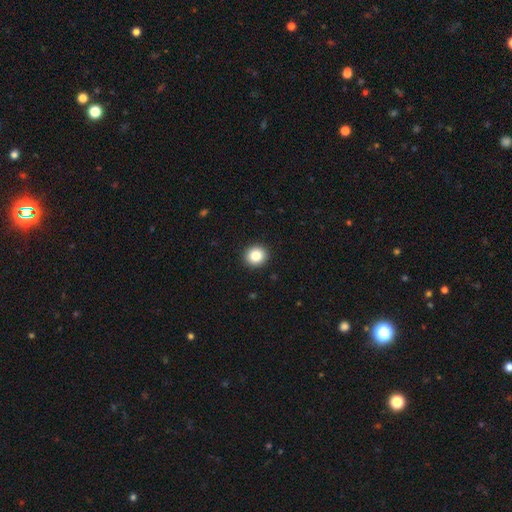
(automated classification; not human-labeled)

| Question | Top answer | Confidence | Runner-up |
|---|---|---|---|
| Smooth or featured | smooth | 85% | star or artifact (10%) |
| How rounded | round | 88% | in between (12%) |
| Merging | none | 93% | minor disturbance (5%) |